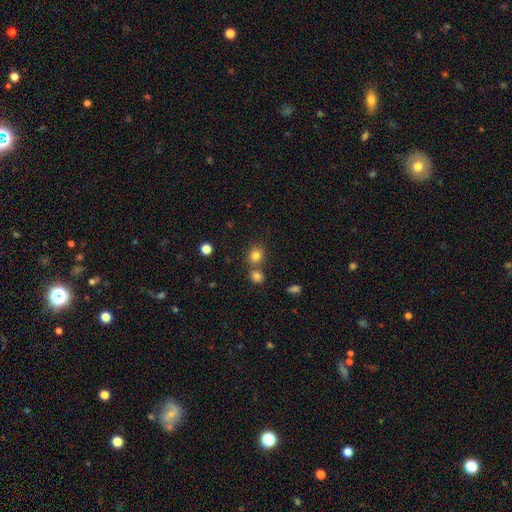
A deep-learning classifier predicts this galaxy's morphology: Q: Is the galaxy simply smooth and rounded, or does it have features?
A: smooth — 81%.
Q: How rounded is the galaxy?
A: round — 74%.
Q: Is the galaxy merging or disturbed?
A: none — 63%.